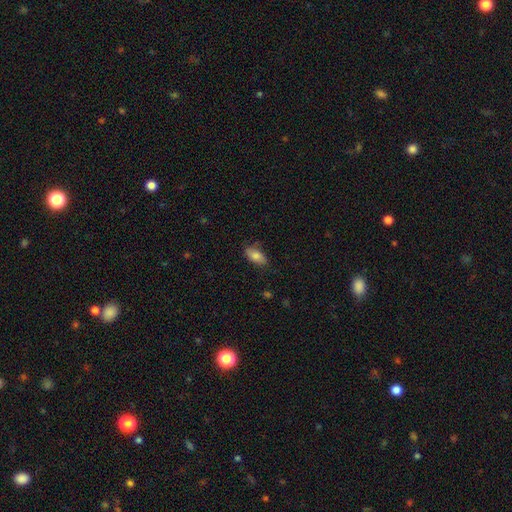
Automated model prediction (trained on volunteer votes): Smooth or featured? smooth (81%)
How rounded? in between (90%)
Merging? none (75%)